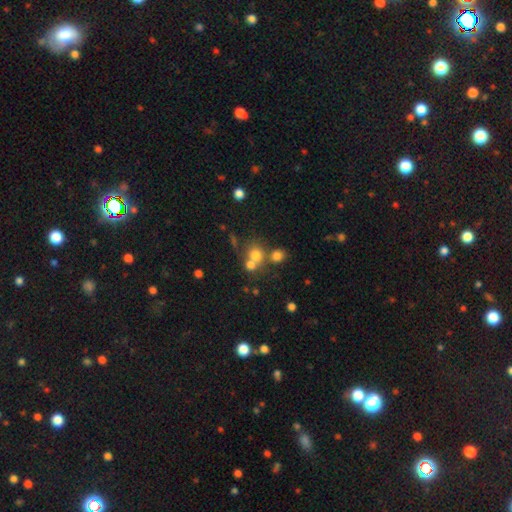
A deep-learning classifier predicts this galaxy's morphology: A smooth galaxy with no disk features (71%) that is round (82%).

Vote fractions:
- Smooth or featured? smooth: 71% / star or artifact: 16% / featured or disk: 13%
- How rounded? round: 82% / in between: 17% / cigar-shaped: 1%
- Merging? none: 47% / merger: 40% / minor disturbance: 8% / major disturbance: 5%